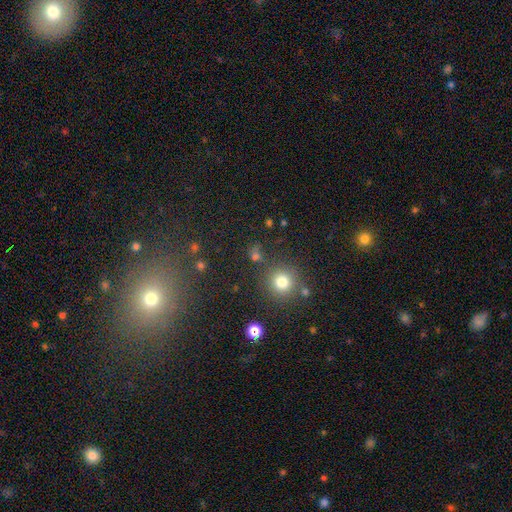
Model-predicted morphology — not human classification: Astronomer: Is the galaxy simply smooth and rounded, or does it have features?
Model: smooth — 67%.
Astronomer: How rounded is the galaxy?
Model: round — 88%.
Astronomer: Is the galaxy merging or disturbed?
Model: none — 79%.